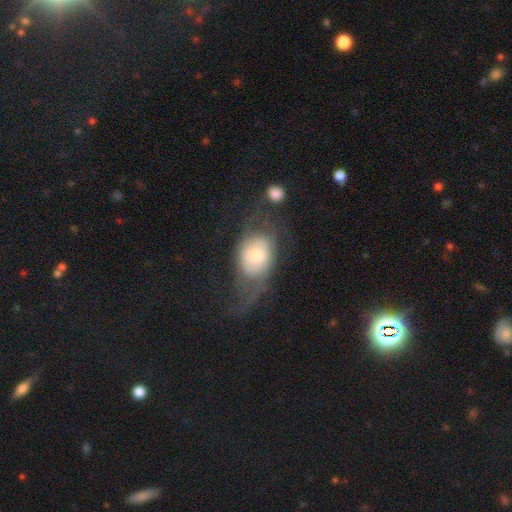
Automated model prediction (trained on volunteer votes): Smooth or featured? Predicted: smooth (p=0.55). How rounded? Predicted: in between (p=0.71). Merging? Predicted: major disturbance (p=0.43).